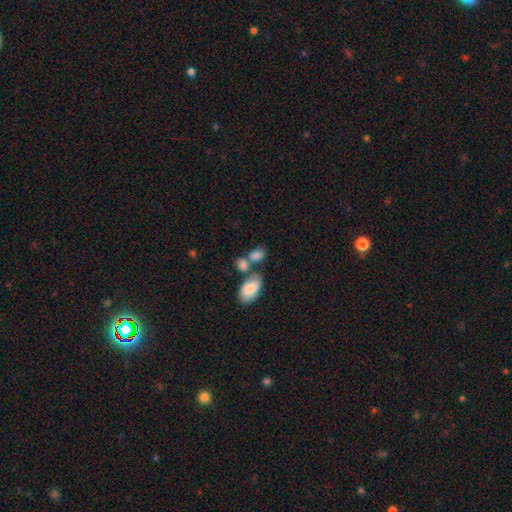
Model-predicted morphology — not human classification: This appears to be a smooth galaxy with no disk features (82%) that is in between round and cigar-shaped (83%). Merging: merger (45%).